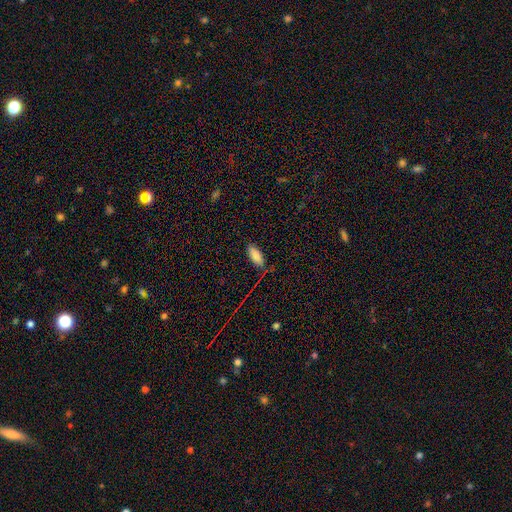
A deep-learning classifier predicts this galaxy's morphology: A smooth galaxy with no disk features (82%) that is in between round and cigar-shaped (83%). Merging: none (75%).